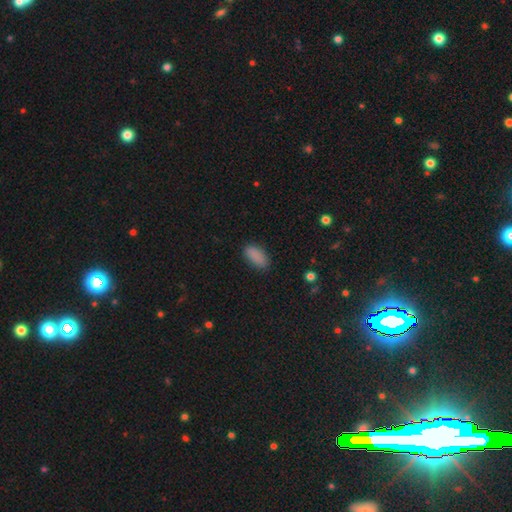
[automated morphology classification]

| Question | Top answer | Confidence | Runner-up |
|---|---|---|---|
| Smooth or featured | smooth | 88% | star or artifact (9%) |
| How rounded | in between | 90% | cigar-shaped (8%) |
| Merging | none | 83% | minor disturbance (13%) |